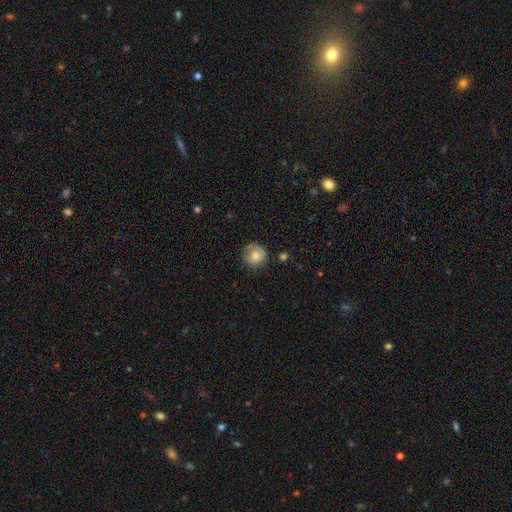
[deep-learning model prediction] Q: Smooth or featured?
A: smooth (66%); runner-up: featured or disk (25%)
Q: How rounded?
A: round (89%); runner-up: in between (10%)
Q: Merging?
A: none (66%); runner-up: minor disturbance (24%)